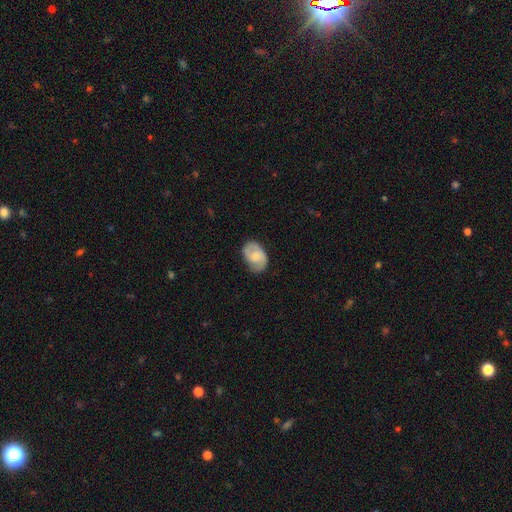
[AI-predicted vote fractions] Q: Smooth or featured?
A: featured or disk (53%); runner-up: smooth (40%)
Q: Edge-on disk?
A: no (97%); runner-up: yes (3%)
Q: Bar?
A: no (61%); runner-up: weak (34%)
Q: Spiral arms?
A: yes (87%); runner-up: no (13%)
Q: Bulge size?
A: small (43%); runner-up: moderate (40%)
Q: Merging?
A: none (70%); runner-up: minor disturbance (22%)